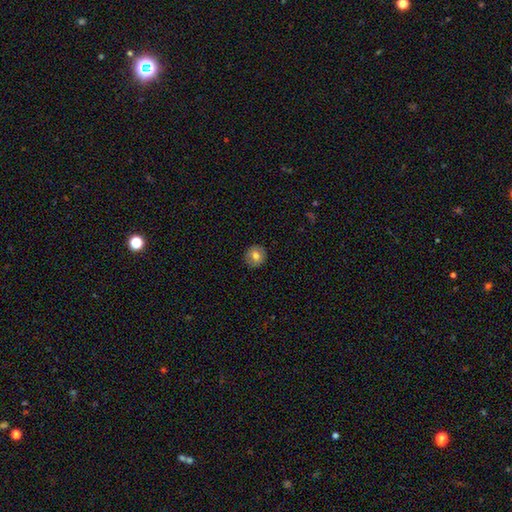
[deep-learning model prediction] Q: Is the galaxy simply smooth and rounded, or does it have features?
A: smooth — 74%.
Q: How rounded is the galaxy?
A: round — 88%.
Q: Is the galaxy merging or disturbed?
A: none — 90%.